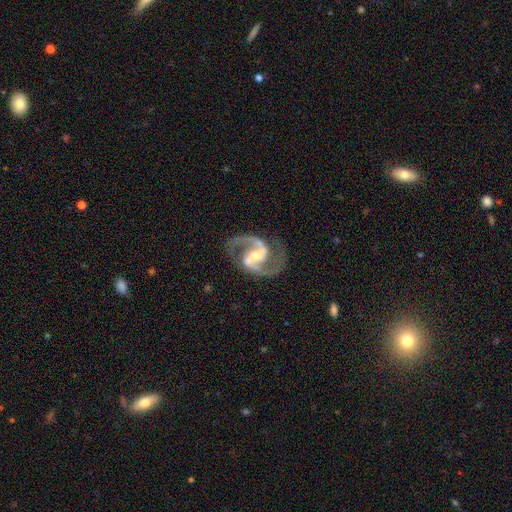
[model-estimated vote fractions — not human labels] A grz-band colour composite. It shows a featured or disk galaxy (93%) with a weak bar (40%), 2 (94%) medium (68%) spiral arms (98%) and a moderate central bulge (53%). Merging: none (81%).